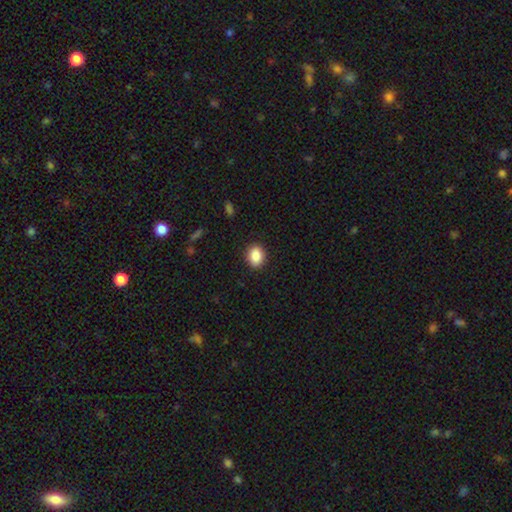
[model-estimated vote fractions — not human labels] smooth-or-featured: smooth: 88% | star or artifact: 8% | featured or disk: 4%
  how-rounded: in between: 65% | round: 33% | cigar-shaped: 1%
  merging: none: 89% | minor disturbance: 8% | major disturbance: 2% | merger: 1%